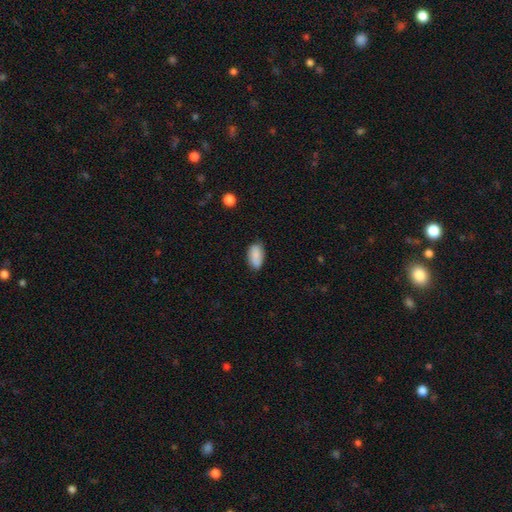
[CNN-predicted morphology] Overall: smooth (84%). How rounded: in between (93%). Merging: none (73%).